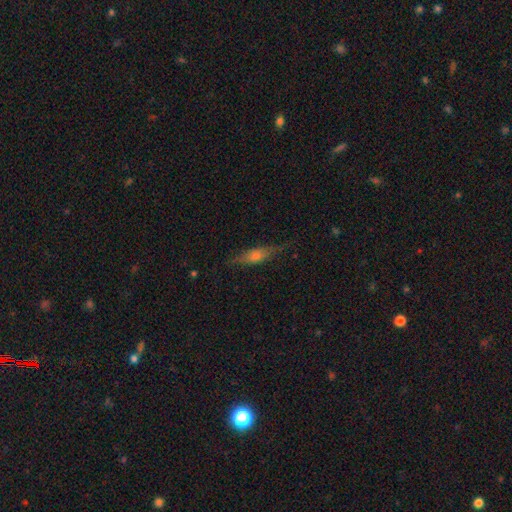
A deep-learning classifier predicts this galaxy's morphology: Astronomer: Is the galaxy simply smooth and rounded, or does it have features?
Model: featured or disk — 56% (runner-up: smooth, 35%).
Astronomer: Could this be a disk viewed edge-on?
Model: yes — 91%.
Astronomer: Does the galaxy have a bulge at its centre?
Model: rounded — 82%.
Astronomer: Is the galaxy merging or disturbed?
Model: none — 79%.